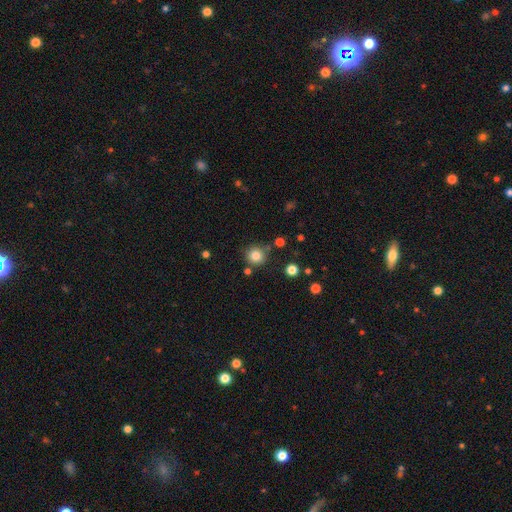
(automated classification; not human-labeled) A smooth galaxy with no disk features (83%) that is round (94%).

Vote fractions:
- Smooth or featured? smooth: 83% / star or artifact: 11% / featured or disk: 6%
- How rounded? round: 94% / in between: 5% / cigar-shaped: 1%
- Merging? none: 80% / minor disturbance: 10% / merger: 7% / major disturbance: 3%